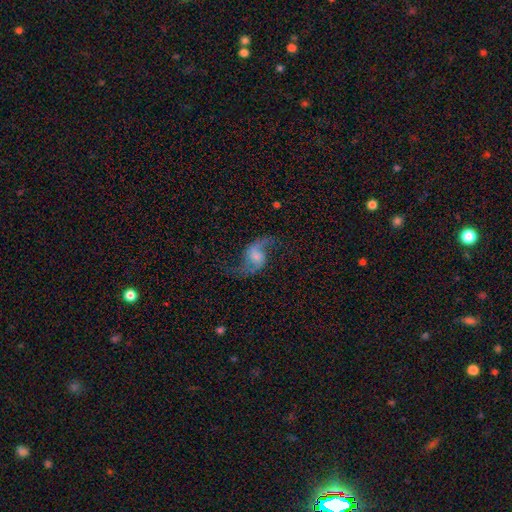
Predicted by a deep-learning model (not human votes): This appears to be a featured or disk galaxy (81%) with no bar (53%), 2 (93%) loose (81%) spiral arms (95%) and a small central bulge (34%). Merging: none (69%).